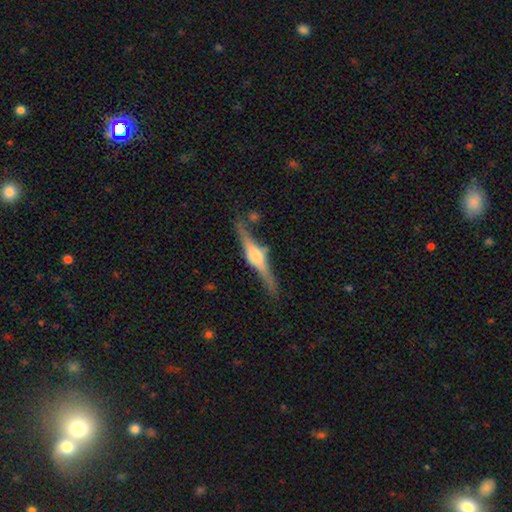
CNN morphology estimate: A featured or disk galaxy (81%) viewed edge-on (96%) with a rounded central bulge (88%).

Vote fractions:
- Smooth or featured? featured or disk: 81% / smooth: 13% / star or artifact: 6%
- Edge-on disk? yes: 96% / no: 4%
- Edge-on bulge? rounded: 88% / boxy: 10% / none: 2%
- Merging? none: 77% / minor disturbance: 15% / major disturbance: 4% / merger: 4%